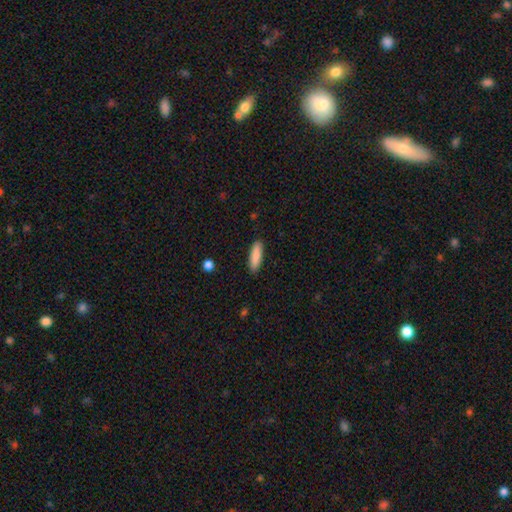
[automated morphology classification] A smooth galaxy with no disk features (88%) that is cigar-shaped (61%). Merging: none (89%).